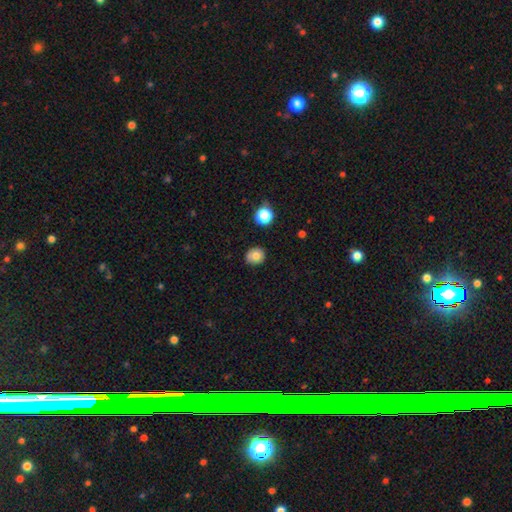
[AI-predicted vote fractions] Overall: smooth (78%). How rounded: round (80%). Merging: none (87%).